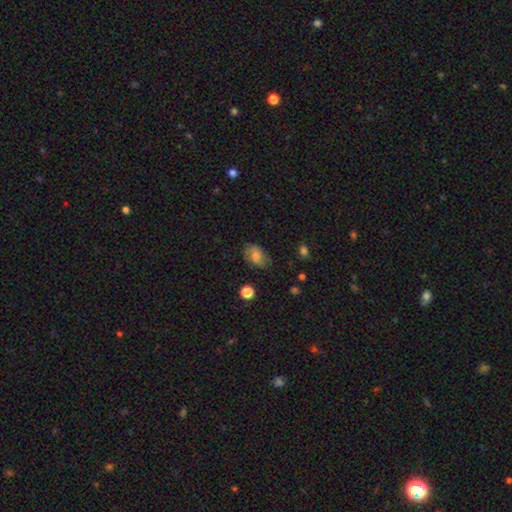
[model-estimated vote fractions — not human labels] Smooth or featured? smooth (65%)
How rounded? in between (78%)
Merging? none (67%)